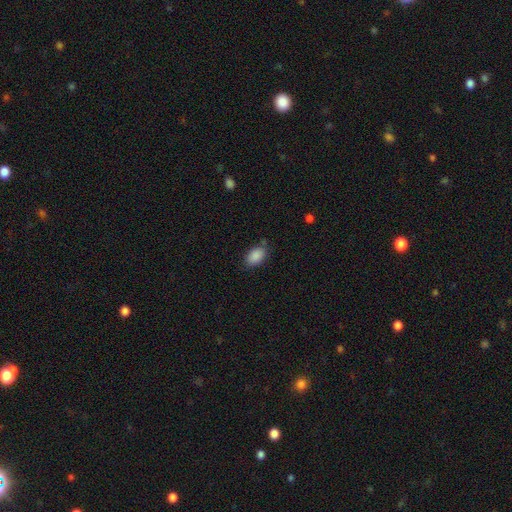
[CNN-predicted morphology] A smooth galaxy with no disk features (89%) that is in between round and cigar-shaped (90%). Merging: none (79%).